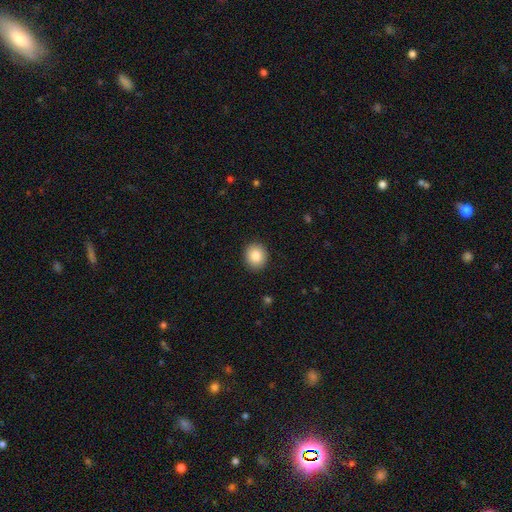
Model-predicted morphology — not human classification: A smooth galaxy with no disk features (87%) that is round (75%). Merging: none (91%).